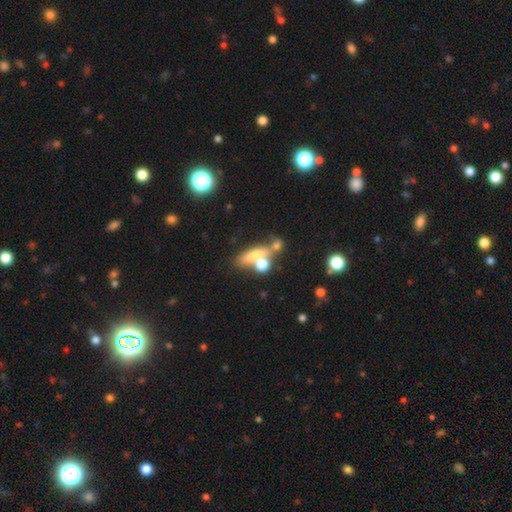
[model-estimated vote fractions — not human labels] Smooth or featured: smooth — 57% (featured or disk — 28%)
How rounded: in between — 44% (cigar-shaped — 37%)
Merging: none — 42% (merger — 35%)